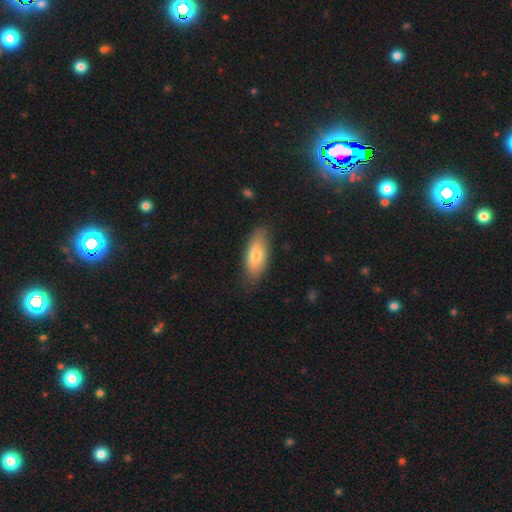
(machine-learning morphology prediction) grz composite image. It shows a smooth galaxy with no disk features (73%) that is in between round and cigar-shaped (70%). Merging: none (78%).